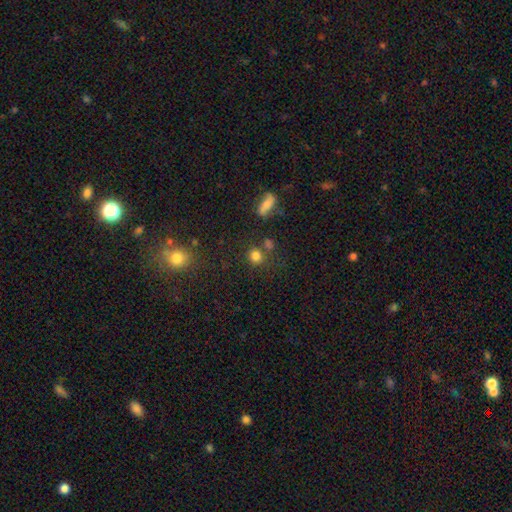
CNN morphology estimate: This is likely a smooth galaxy (78%). How rounded: clearly round (85%). Merging: likely none (68%).